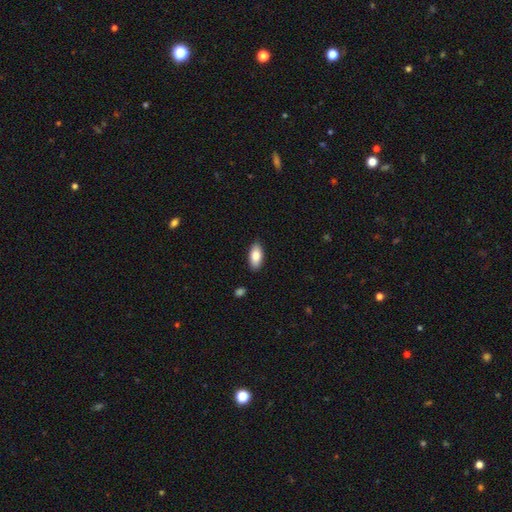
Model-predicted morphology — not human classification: Smooth or featured? Predicted: smooth (p=0.83). How rounded? Predicted: in between (p=0.90). Merging? Predicted: none (p=0.88).